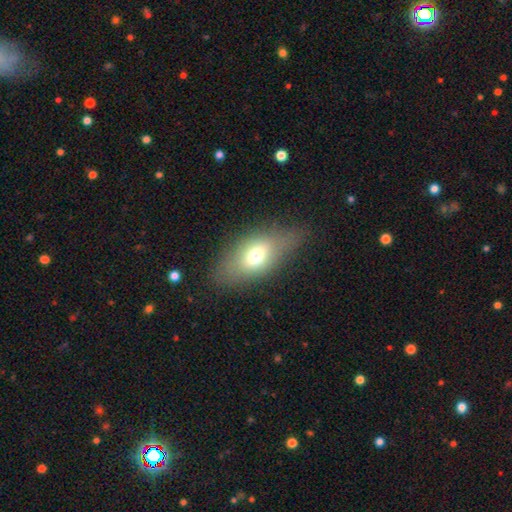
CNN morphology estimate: The model was most divided on "smooth or featured": smooth: 65%, featured or disk: 24%, star or artifact: 11%. More confident: how rounded — in between (80%); merging — none (73%).